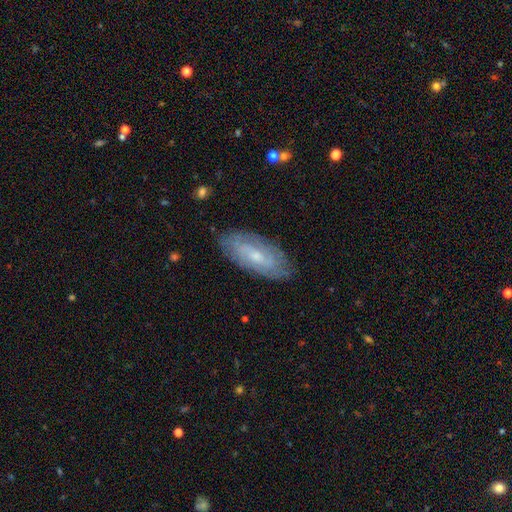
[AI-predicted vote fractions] Morphology: type=featured or disk (60%); edge-on=no (85%); bar=no (52%); spiral arms=yes (72%); bulge=small (53%); merging=none (81%).